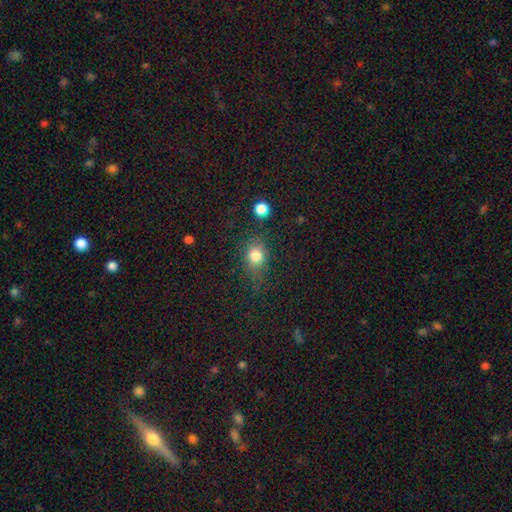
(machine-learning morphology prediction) This appears to be a smooth galaxy with no disk features (76%) that is round (50%). Merging: none (69%).